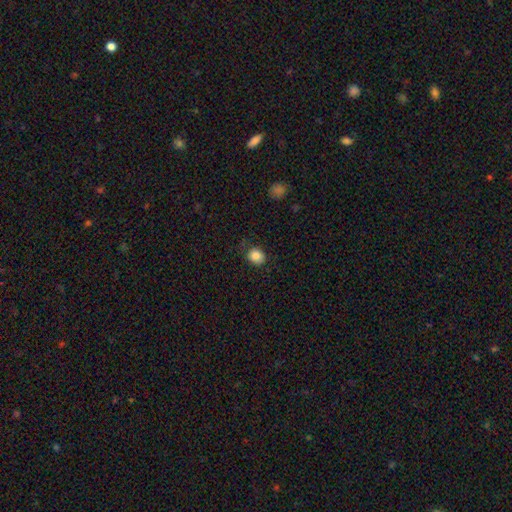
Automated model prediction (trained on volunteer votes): Smooth or featured: smooth — 84% (star or artifact — 10%)
How rounded: round — 70% (in between — 29%)
Merging: none — 78% (minor disturbance — 17%)